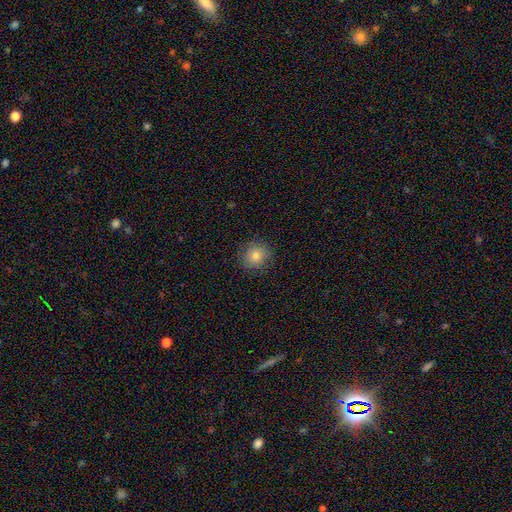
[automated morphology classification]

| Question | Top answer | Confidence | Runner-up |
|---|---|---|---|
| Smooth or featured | smooth | 79% | star or artifact (13%) |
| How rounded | round | 84% | in between (15%) |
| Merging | none | 88% | minor disturbance (9%) |